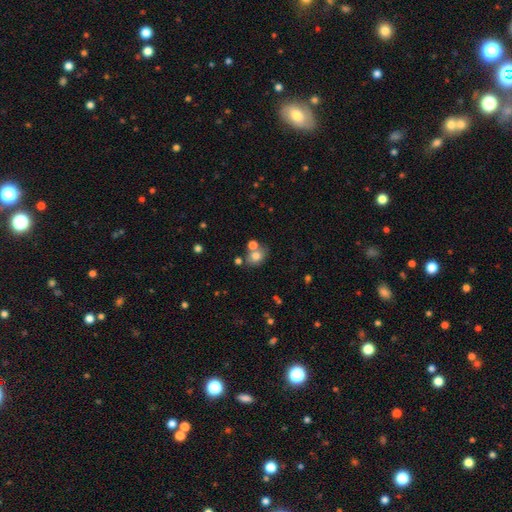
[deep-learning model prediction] This is likely a smooth galaxy (73%). How rounded: possibly round (56%). Merging: possibly none (53%).